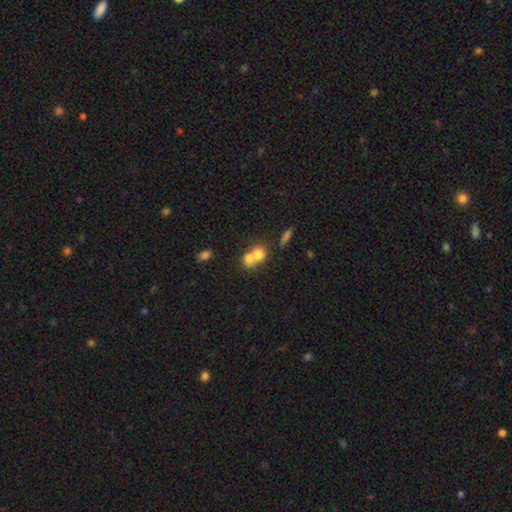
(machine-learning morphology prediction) smooth_or_featured: smooth (p=0.73) [alt: featured or disk p=0.17]
how_rounded: round (p=0.66) [alt: in between p=0.33]
merging: merger (p=0.69) [alt: none p=0.23]